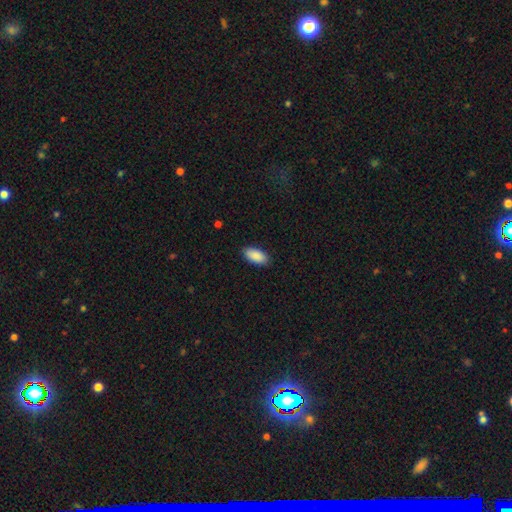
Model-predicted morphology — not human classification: Smooth or featured: smooth — 90% (star or artifact — 6%)
How rounded: in between — 93% (cigar-shaped — 5%)
Merging: none — 89% (minor disturbance — 8%)